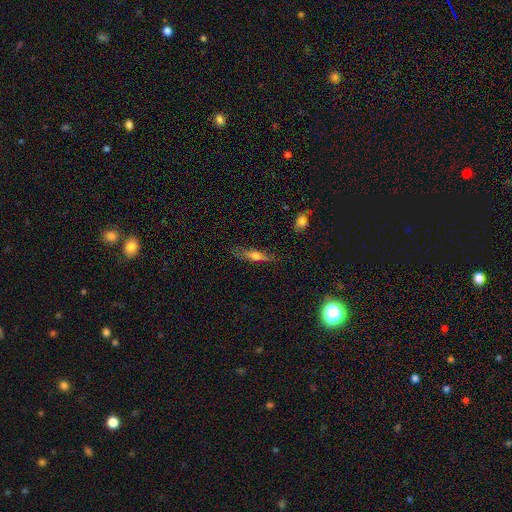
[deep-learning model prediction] Q: Smooth or featured?
A: smooth (50%); runner-up: featured or disk (41%)
Q: How rounded?
A: cigar-shaped (73%); runner-up: in between (24%)
Q: Merging?
A: none (75%); runner-up: minor disturbance (18%)